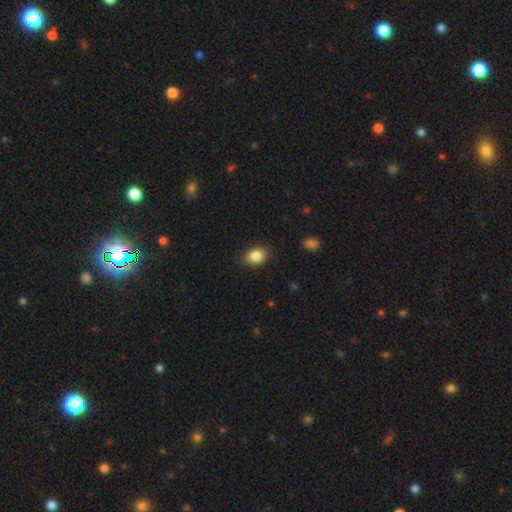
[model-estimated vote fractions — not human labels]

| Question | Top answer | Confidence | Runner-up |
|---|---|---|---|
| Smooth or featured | smooth | 86% | star or artifact (8%) |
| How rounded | in between | 75% | round (24%) |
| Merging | none | 87% | minor disturbance (10%) |